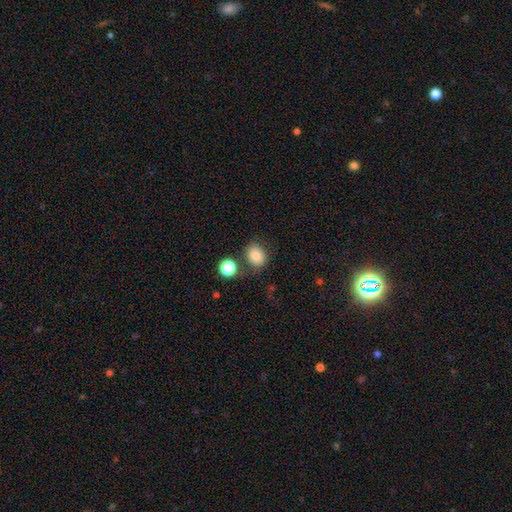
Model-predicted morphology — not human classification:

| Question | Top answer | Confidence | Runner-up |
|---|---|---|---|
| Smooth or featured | smooth | 80% | star or artifact (11%) |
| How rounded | round | 59% | in between (40%) |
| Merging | none | 77% | minor disturbance (12%) |